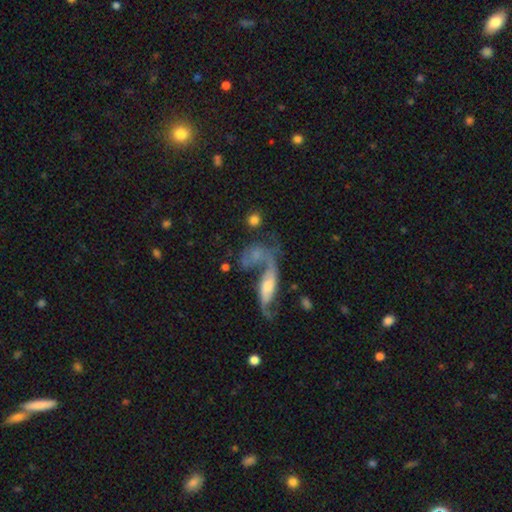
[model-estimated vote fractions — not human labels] This is possibly a featured or disk galaxy (53%). It is clearly not viewed edge-on (86%). Merging: marginally merger (35%, tied with none).